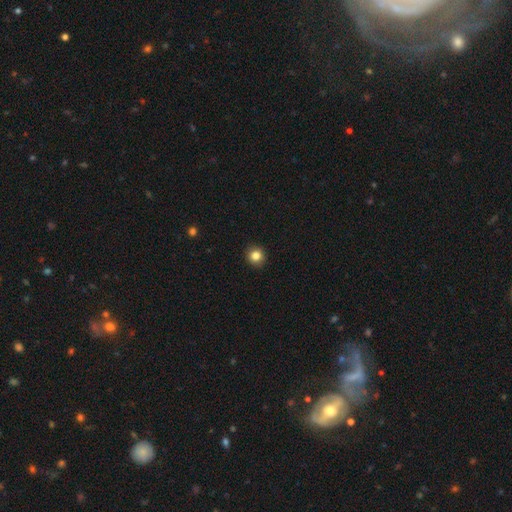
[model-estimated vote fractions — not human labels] Overall: smooth (84%). How rounded: round (91%). Merging: none (93%).